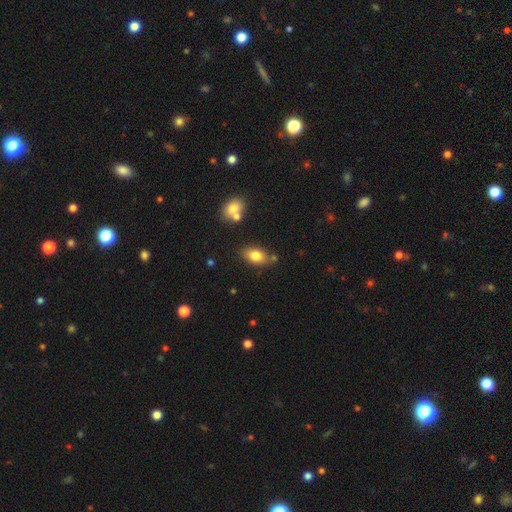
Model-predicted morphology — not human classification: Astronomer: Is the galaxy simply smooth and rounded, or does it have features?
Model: smooth — 80%.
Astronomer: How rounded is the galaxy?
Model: in between — 87%.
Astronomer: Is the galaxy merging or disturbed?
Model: none — 74%.